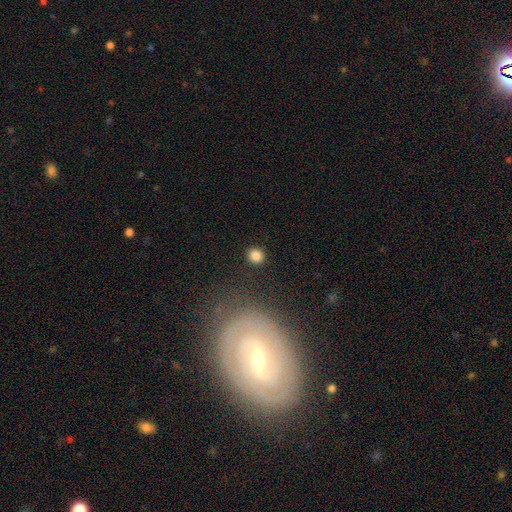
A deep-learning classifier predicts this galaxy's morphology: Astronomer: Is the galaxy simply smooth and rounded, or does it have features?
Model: smooth — 84%.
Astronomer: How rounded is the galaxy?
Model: round — 86%.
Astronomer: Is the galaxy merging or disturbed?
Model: none — 89%.